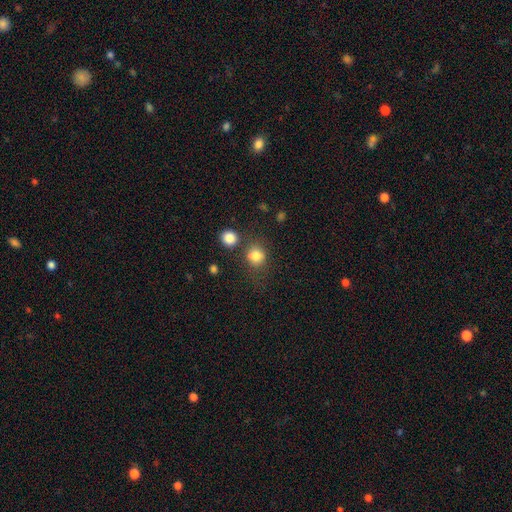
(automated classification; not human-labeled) A smooth galaxy with no disk features (80%) that is round (81%).

Vote fractions:
- Smooth or featured? smooth: 80% / star or artifact: 12% / featured or disk: 7%
- How rounded? round: 81% / in between: 18% / cigar-shaped: 1%
- Merging? none: 67% / minor disturbance: 14% / merger: 13% / major disturbance: 6%